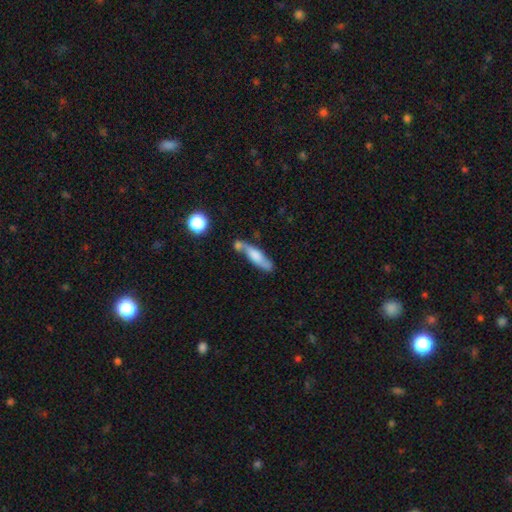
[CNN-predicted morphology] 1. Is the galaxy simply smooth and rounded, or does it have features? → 53% smooth, 39% featured or disk, 8% star or artifact.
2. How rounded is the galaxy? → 69% cigar-shaped, 28% in between, 3% round.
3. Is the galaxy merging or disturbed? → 47% none, 27% merger, 19% minor disturbance, 7% major disturbance.